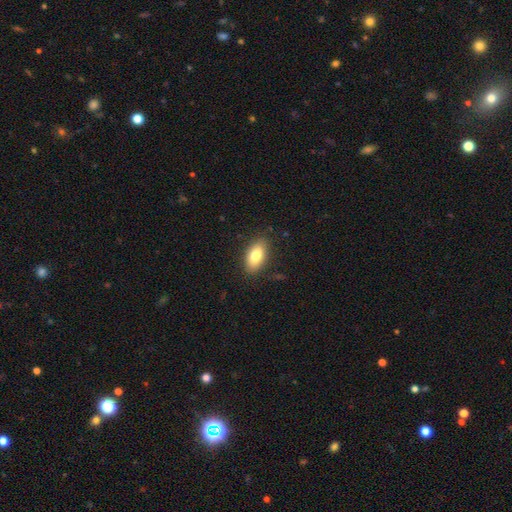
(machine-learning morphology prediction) The model was most divided on "smooth or featured": smooth: 81%, featured or disk: 12%, star or artifact: 7%. More confident: how rounded — in between (89%); merging — none (86%).